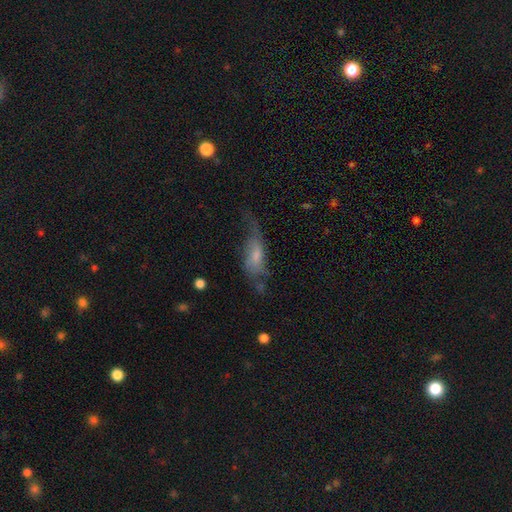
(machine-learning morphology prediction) smooth-or-featured: featured or disk: 48% | smooth: 43% | star or artifact: 9%
  merging: major disturbance: 37% | none: 32% | minor disturbance: 26% | merger: 4%